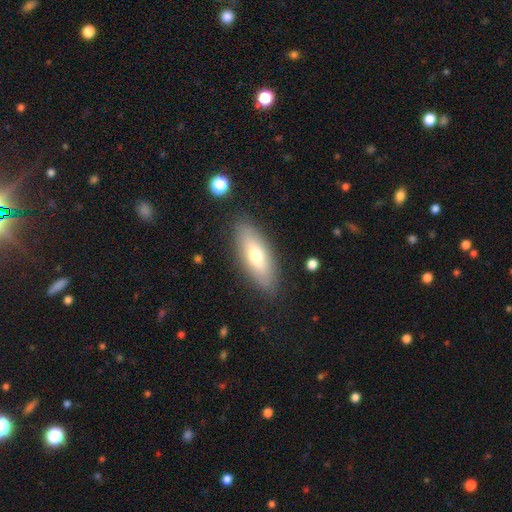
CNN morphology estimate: Smooth or featured? smooth (65%)
How rounded? in between (69%)
Merging? none (86%)